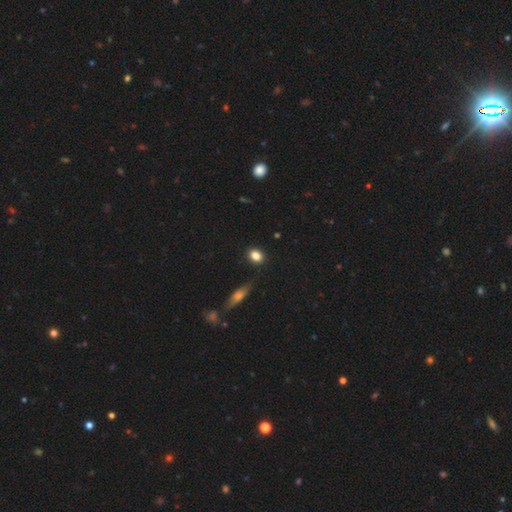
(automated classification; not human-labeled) Q: Smooth or featured?
A: smooth (85%); runner-up: star or artifact (10%)
Q: How rounded?
A: in between (57%); runner-up: round (41%)
Q: Merging?
A: none (87%); runner-up: minor disturbance (9%)